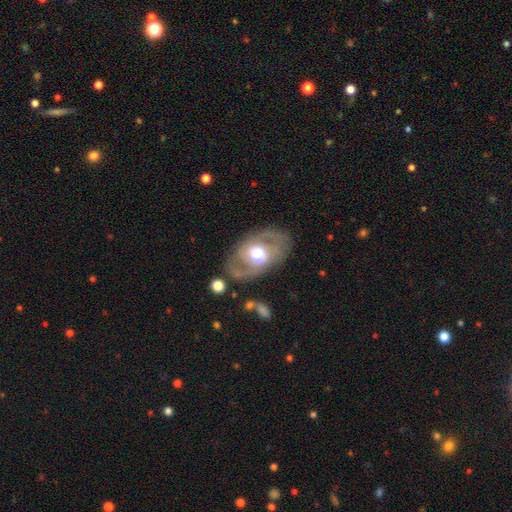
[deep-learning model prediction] Morphology: type=featured or disk (73%); edge-on=no (94%); bar=no (67%); spiral arms=yes (59%); bulge=moderate (60%); merging=none (75%).